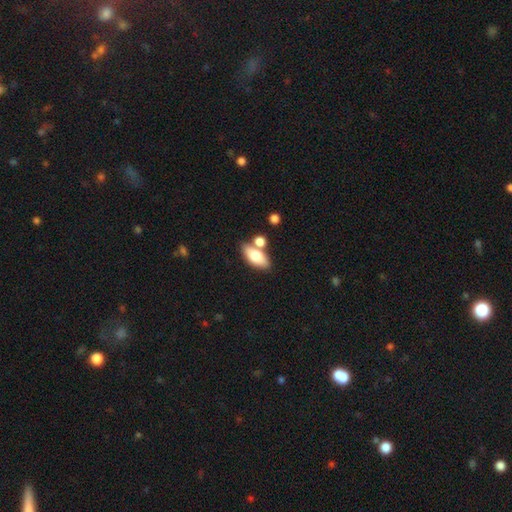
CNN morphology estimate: A smooth galaxy with no disk features (73%) that is in between round and cigar-shaped (82%).

Vote fractions:
- Smooth or featured? smooth: 73% / featured or disk: 20% / star or artifact: 7%
- How rounded? in between: 82% / cigar-shaped: 13% / round: 5%
- Merging? none: 60% / merger: 24% / minor disturbance: 11% / major disturbance: 4%